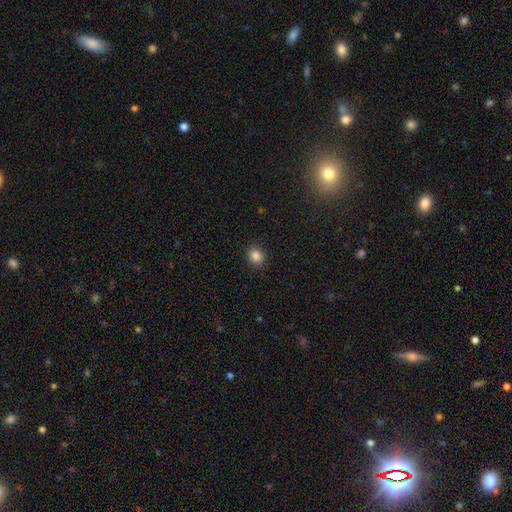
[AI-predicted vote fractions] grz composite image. It shows a smooth galaxy with no disk features (85%) that is round (80%). Merging: none (90%).